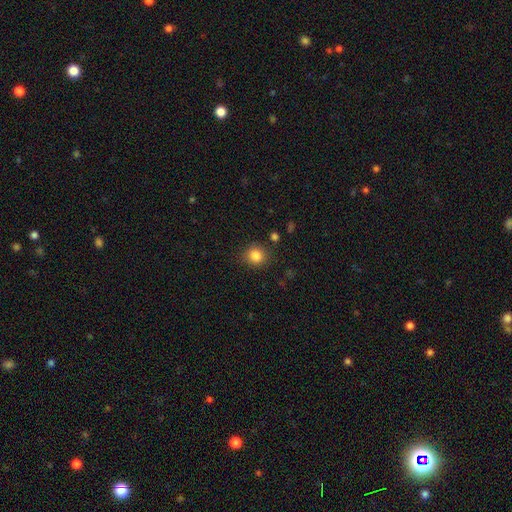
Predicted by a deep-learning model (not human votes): Q: Smooth or featured?
A: smooth (85%); runner-up: star or artifact (11%)
Q: How rounded?
A: round (86%); runner-up: in between (13%)
Q: Merging?
A: none (85%); runner-up: minor disturbance (9%)